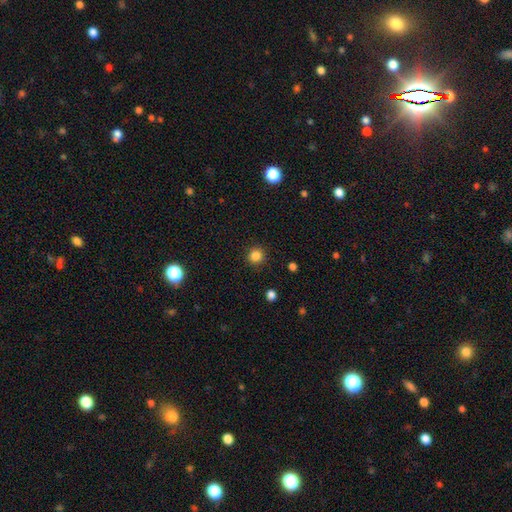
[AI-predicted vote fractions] Overall: smooth (84%). How rounded: round (94%). Merging: none (91%).